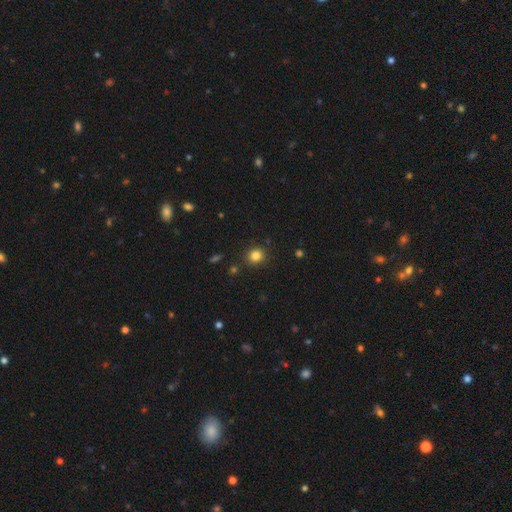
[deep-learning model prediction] This is clearly a smooth galaxy (83%). How rounded: clearly round (86%). Merging: clearly none (88%).